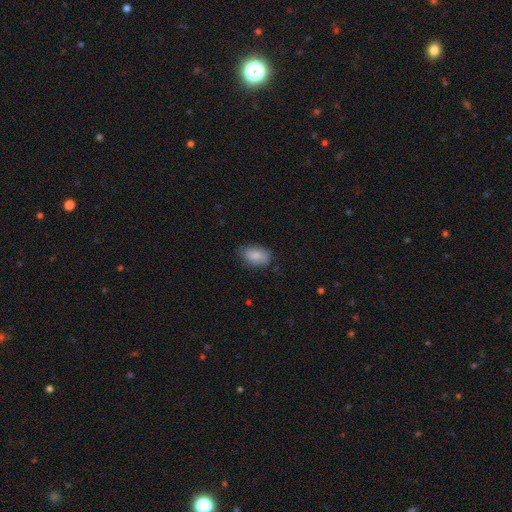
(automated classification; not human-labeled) This is clearly a smooth galaxy (85%). How rounded: clearly in between (92%). Merging: likely none (76%).